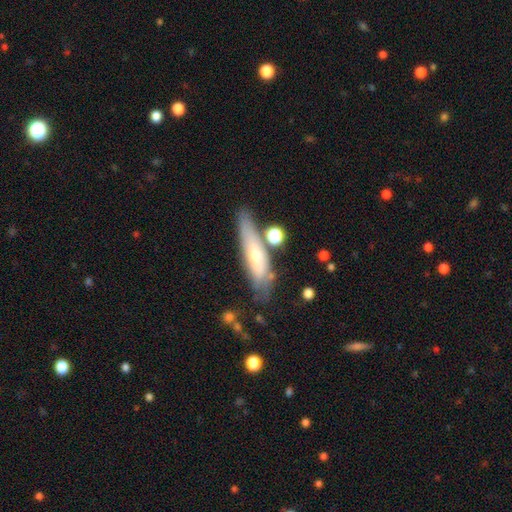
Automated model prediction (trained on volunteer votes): A smooth galaxy with no disk features (49%).

Vote fractions:
- Smooth or featured? smooth: 49% / featured or disk: 43% / star or artifact: 7%
- Merging? none: 62% / minor disturbance: 21% / merger: 10% / major disturbance: 8%